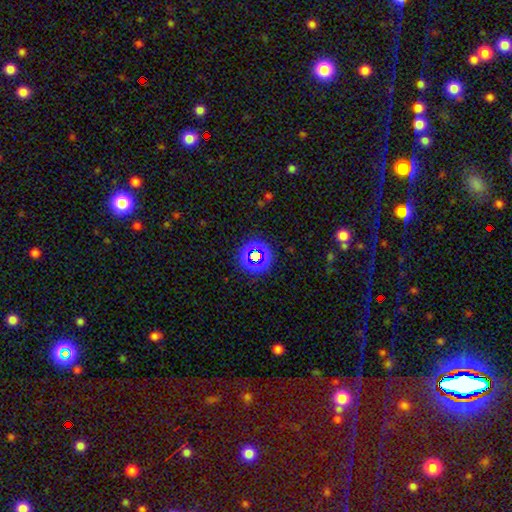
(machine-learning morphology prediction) A star or artifact, not a galaxy (65%).

Vote fractions:
- Smooth or featured? star or artifact: 65% / smooth: 23% / featured or disk: 12%